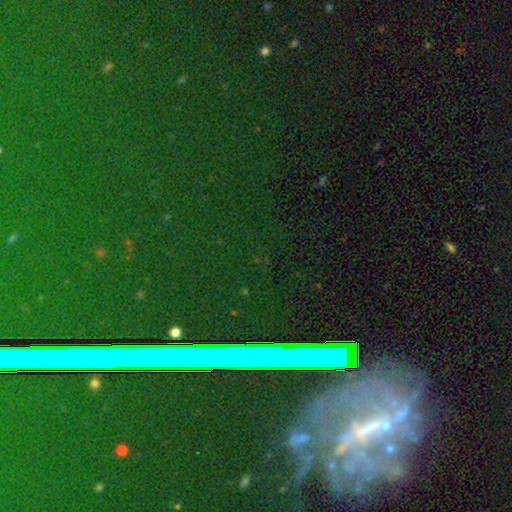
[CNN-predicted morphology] Q: Smooth or featured?
A: star or artifact (66%); runner-up: featured or disk (19%)